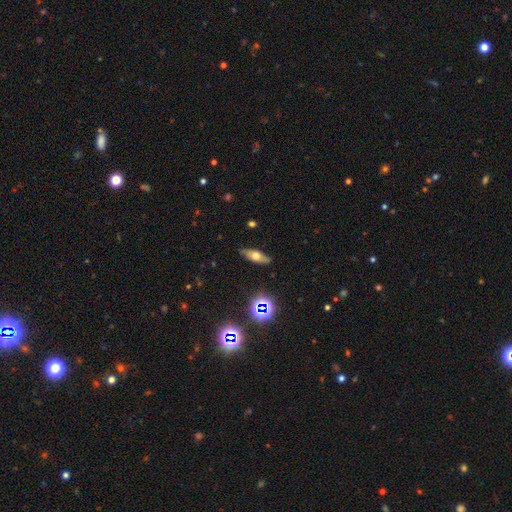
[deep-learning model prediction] The model was most divided on "smooth or featured": smooth: 52%, featured or disk: 35%, star or artifact: 13%. More confident: merging — none (84%); how rounded — in between (59%).